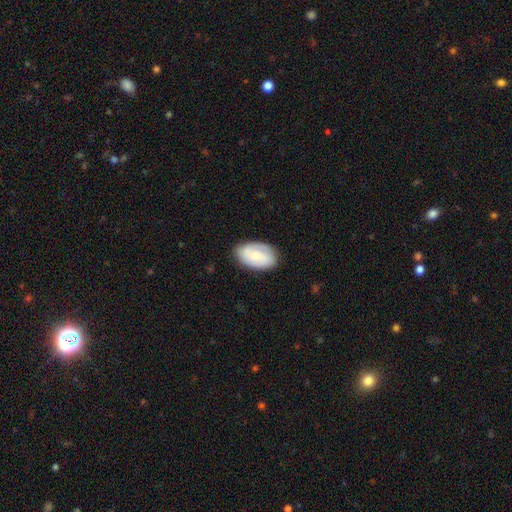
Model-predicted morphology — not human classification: This is possibly a smooth galaxy (53%). How rounded: clearly in between (91%). Merging: likely none (78%).